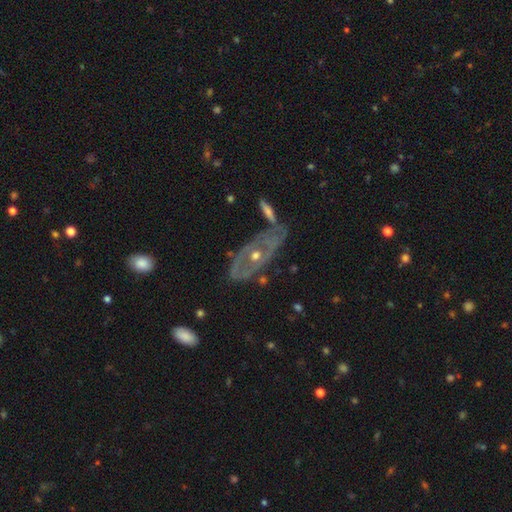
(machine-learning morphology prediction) This appears to be a featured or disk galaxy (78%) with no bar (82%), no spiral arms (53%) and a moderate central bulge (65%). Merging: none (62%).